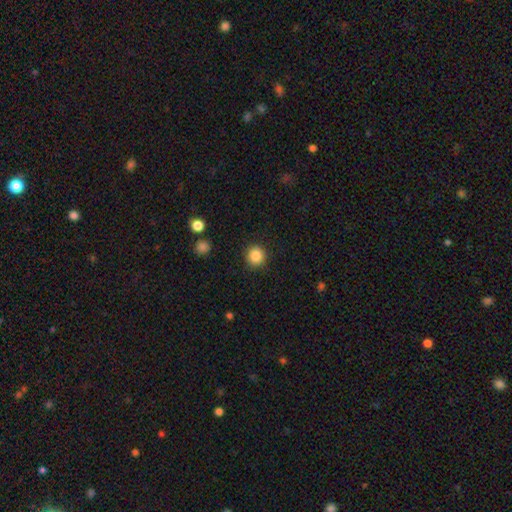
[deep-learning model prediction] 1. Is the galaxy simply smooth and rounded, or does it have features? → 86% smooth, 10% star or artifact, 4% featured or disk.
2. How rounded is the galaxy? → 92% round, 7% in between, 1% cigar-shaped.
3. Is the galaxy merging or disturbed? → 91% none, 6% minor disturbance, 2% major disturbance, 1% merger.